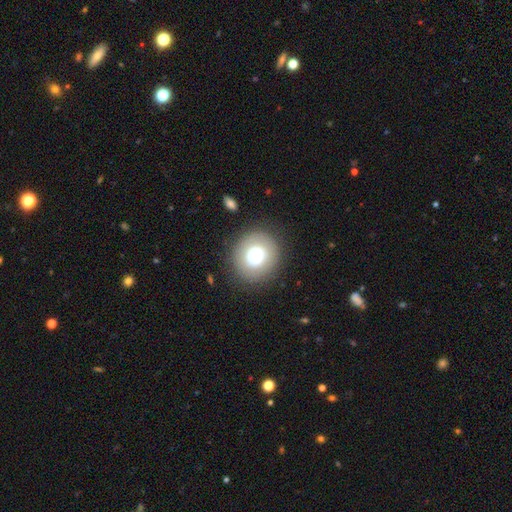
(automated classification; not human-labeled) Smooth or featured: smooth — 71% (featured or disk — 17%)
How rounded: round — 87% (in between — 12%)
Merging: none — 84% (minor disturbance — 9%)